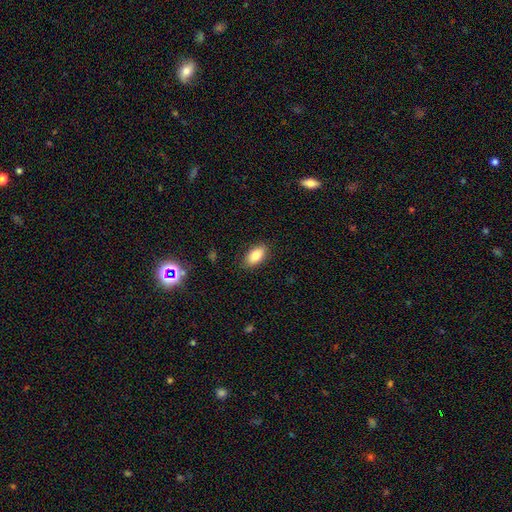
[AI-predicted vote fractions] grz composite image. It shows a smooth galaxy with no disk features (84%) that is in between round and cigar-shaped (92%). Merging: none (85%).